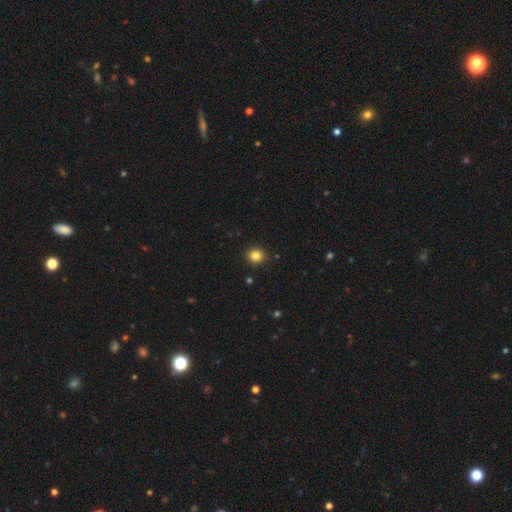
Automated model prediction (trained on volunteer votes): smooth 83%, star or artifact 12%, featured or disk 5%. Down the decision tree: how rounded — round (91%); merging — none (92%).